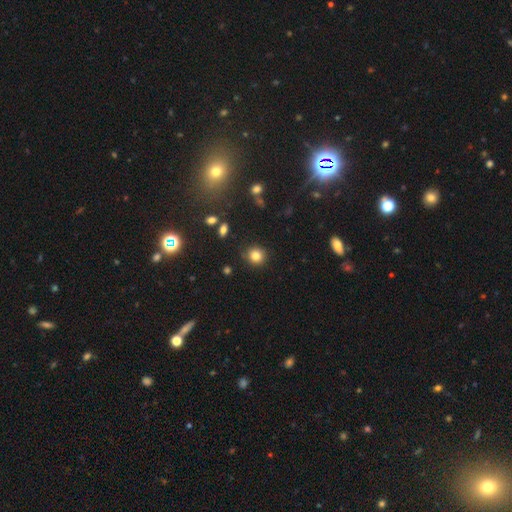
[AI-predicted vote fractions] A smooth galaxy with no disk features (82%) that is round (89%).

Vote fractions:
- Smooth or featured? smooth: 82% / star or artifact: 12% / featured or disk: 6%
- How rounded? round: 89% / in between: 10% / cigar-shaped: 1%
- Merging? none: 87% / minor disturbance: 8% / major disturbance: 2% / merger: 2%